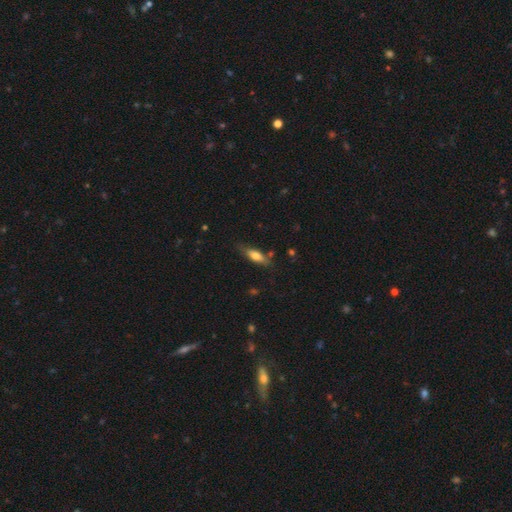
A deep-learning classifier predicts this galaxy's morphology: Smooth or featured? smooth (64%)
How rounded? in between (52%)
Merging? none (73%)